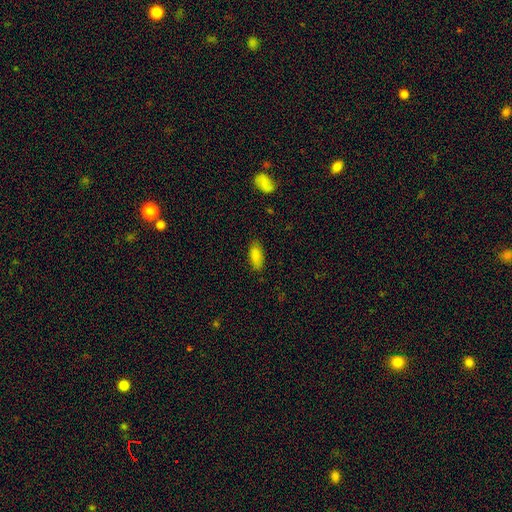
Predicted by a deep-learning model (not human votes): Smooth or featured: smooth — 86% (star or artifact — 8%)
How rounded: in between — 84% (cigar-shaped — 14%)
Merging: none — 85% (minor disturbance — 11%)